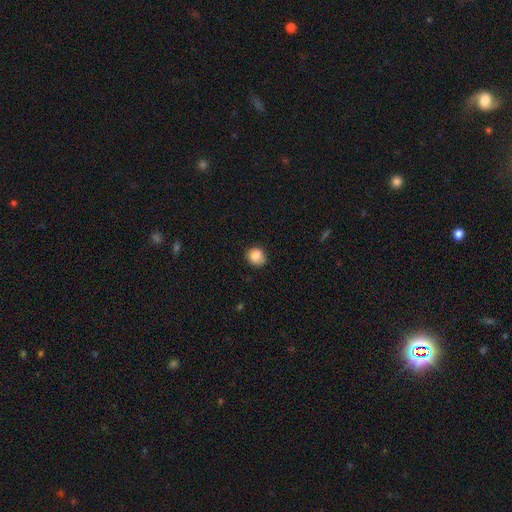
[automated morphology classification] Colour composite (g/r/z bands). It shows a smooth galaxy with no disk features (87%) that is round (77%). Merging: none (78%).